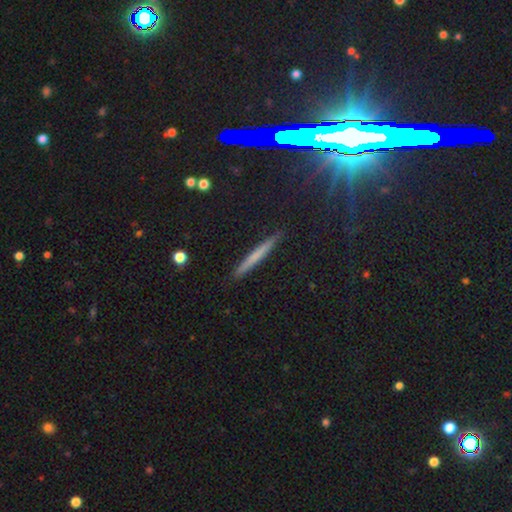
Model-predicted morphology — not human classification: smooth_or_featured: smooth (p=0.54) [alt: featured or disk p=0.35]
how_rounded: cigar-shaped (p=0.96) [alt: in between p=0.03]
merging: none (p=0.91) [alt: minor disturbance p=0.07]